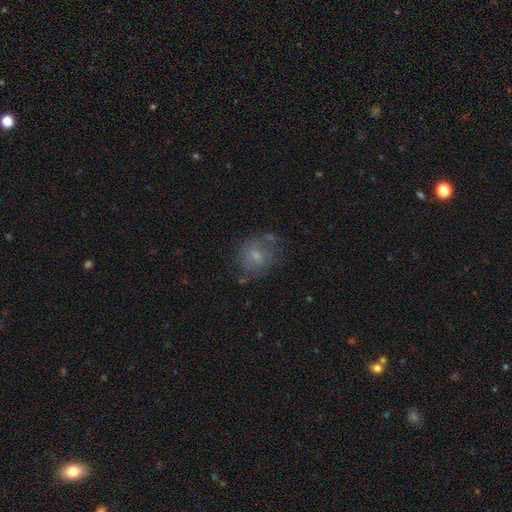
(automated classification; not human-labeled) Overall: smooth (47%; featured or disk 42%). Merging: none (55%; minor disturbance 24%).